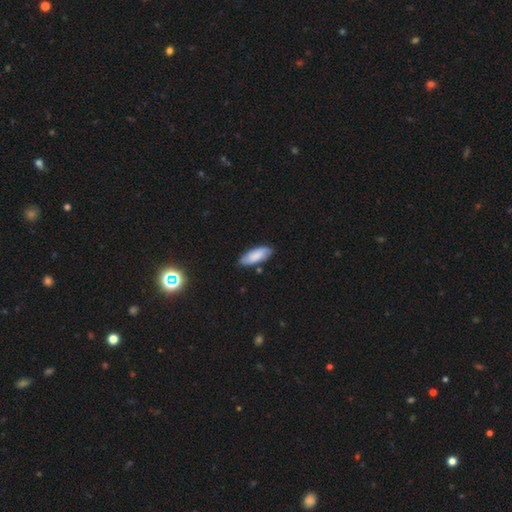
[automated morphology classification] The model was most divided on "how rounded": in between: 76%, cigar-shaped: 23%, round: 2%. More confident: smooth or featured — smooth (79%); merging — none (79%).